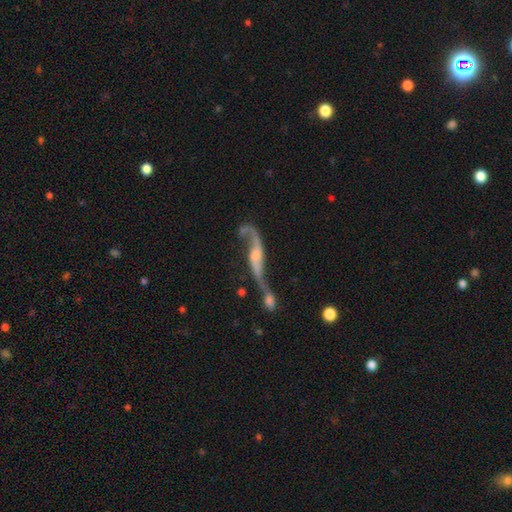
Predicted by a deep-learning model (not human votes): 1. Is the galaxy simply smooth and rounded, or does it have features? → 82% featured or disk, 10% smooth, 8% star or artifact.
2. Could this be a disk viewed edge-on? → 76% no, 24% yes.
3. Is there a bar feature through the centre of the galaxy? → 51% no, 34% weak, 15% strong.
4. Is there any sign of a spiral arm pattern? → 87% yes, 13% no.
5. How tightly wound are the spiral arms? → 89% loose, 8% medium, 3% tight.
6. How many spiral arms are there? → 84% 2, 10% 1, 3% can't tell, 1% 3, 1% 4, 1% more than 4.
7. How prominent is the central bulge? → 41% small, 31% moderate, 21% none, 5% large, 2% dominant.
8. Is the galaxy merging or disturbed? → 48% merger, 25% none, 16% major disturbance, 11% minor disturbance.